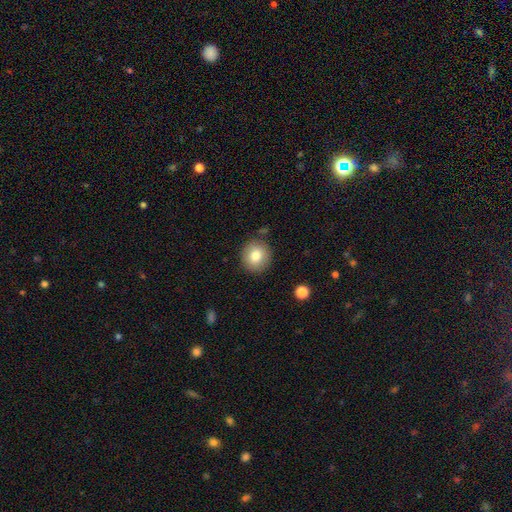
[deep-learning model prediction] Smooth or featured? smooth (80%)
How rounded? round (89%)
Merging? none (86%)